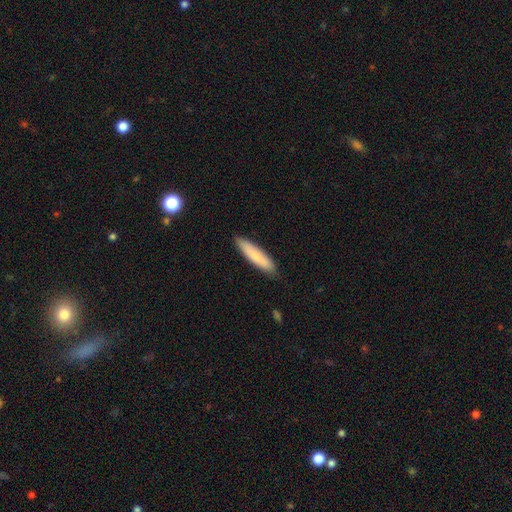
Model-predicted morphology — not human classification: This appears to be a smooth galaxy with no disk features (79%) that is cigar-shaped (81%). Merging: none (86%).